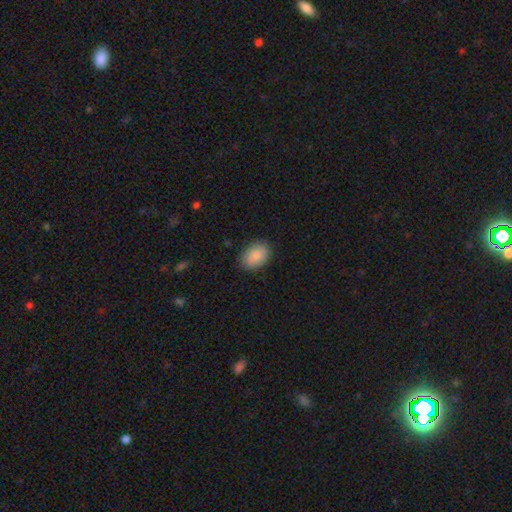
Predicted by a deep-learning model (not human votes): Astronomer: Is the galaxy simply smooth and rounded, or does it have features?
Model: smooth — 88%.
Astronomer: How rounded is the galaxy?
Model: in between — 81%.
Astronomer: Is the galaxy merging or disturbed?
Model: none — 86%.